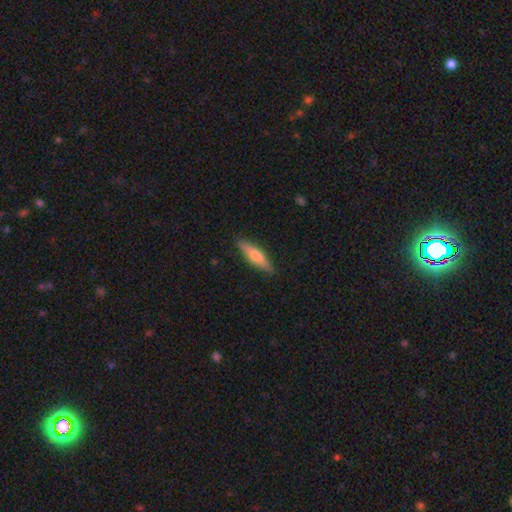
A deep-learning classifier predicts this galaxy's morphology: The model was most divided on "smooth or featured": smooth: 55%, featured or disk: 39%, star or artifact: 6%. More confident: merging — none (88%); how rounded — cigar-shaped (75%).